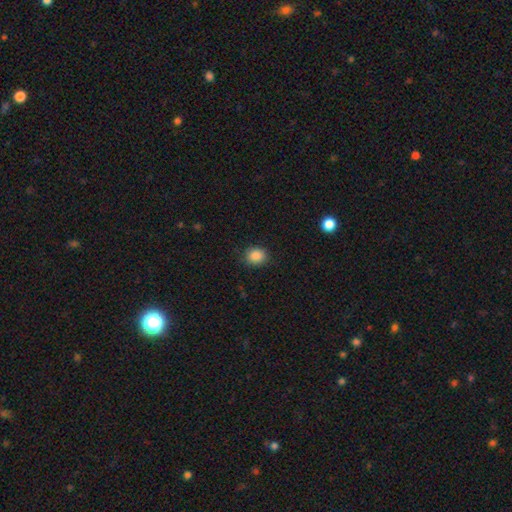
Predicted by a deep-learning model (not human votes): smooth 88%, star or artifact 9%, featured or disk 3%. Down the decision tree: how rounded — round (67%); merging — none (86%).